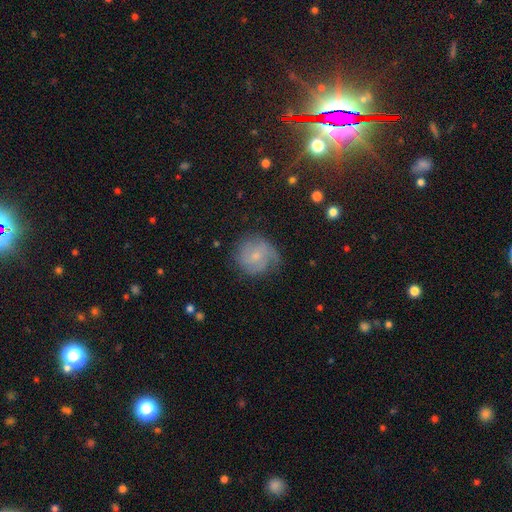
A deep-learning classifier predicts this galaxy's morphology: smooth_or_featured: featured or disk (p=0.54) [alt: smooth p=0.38]
disk_edge_on: no (p=0.98) [alt: yes p=0.02]
bar: no (p=0.69) [alt: weak p=0.28]
has_spiral_arms: yes (p=0.85) [alt: no p=0.15]
bulge_size: small (p=0.65) [alt: moderate p=0.25]
merging: none (p=0.65) [alt: minor disturbance p=0.23]